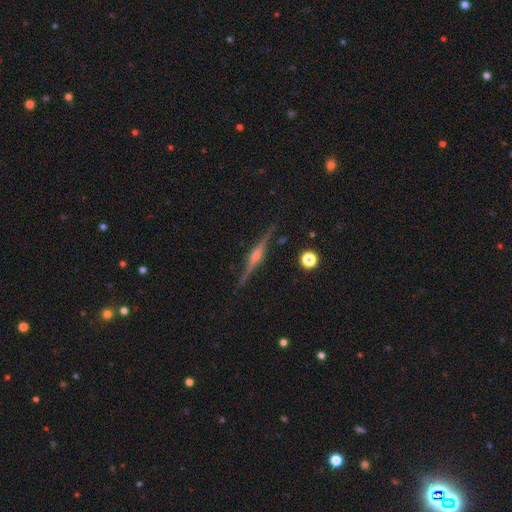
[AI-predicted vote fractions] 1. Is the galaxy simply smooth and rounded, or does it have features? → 86% featured or disk, 7% smooth, 6% star or artifact.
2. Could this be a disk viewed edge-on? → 98% yes, 2% no.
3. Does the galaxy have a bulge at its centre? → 84% rounded, 11% boxy, 4% none.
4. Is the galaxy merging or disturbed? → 90% none, 7% minor disturbance, 2% major disturbance, 1% merger.